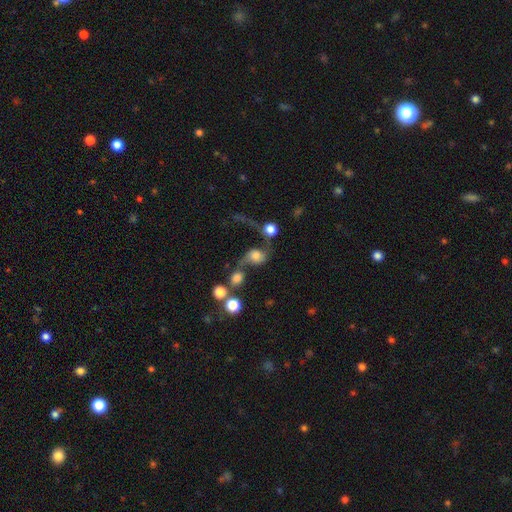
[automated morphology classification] This is possibly a smooth galaxy (47%). Merging: marginally merger (42%).